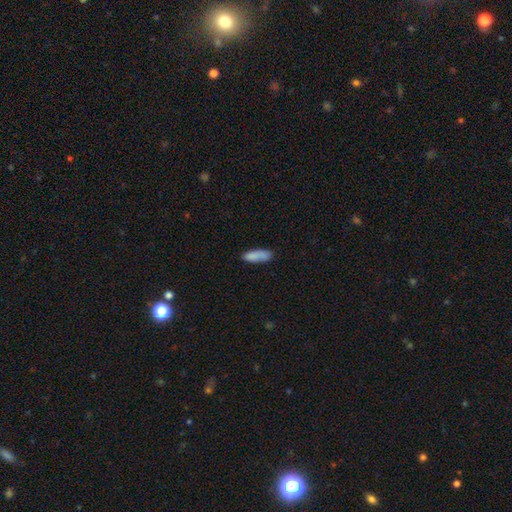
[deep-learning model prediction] Q: Smooth or featured?
A: smooth (85%); runner-up: featured or disk (8%)
Q: How rounded?
A: in between (54%); runner-up: cigar-shaped (44%)
Q: Merging?
A: none (71%); runner-up: minor disturbance (21%)